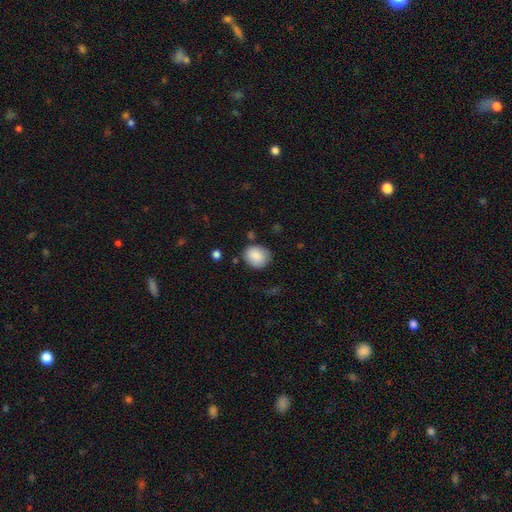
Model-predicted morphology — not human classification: Smooth or featured?
  - smooth: 87% *
  - star or artifact: 7%
  - featured or disk: 5%
How rounded?
  - round: 63% *
  - in between: 36%
  - cigar-shaped: 1%
Merging?
  - none: 73% *
  - minor disturbance: 19%
  - major disturbance: 5%
  - merger: 3%